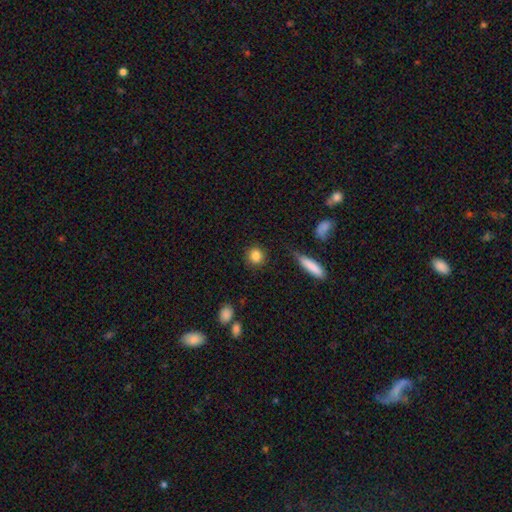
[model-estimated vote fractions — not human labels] Q: Smooth or featured?
A: smooth (85%); runner-up: star or artifact (9%)
Q: How rounded?
A: round (86%); runner-up: in between (12%)
Q: Merging?
A: none (88%); runner-up: minor disturbance (8%)